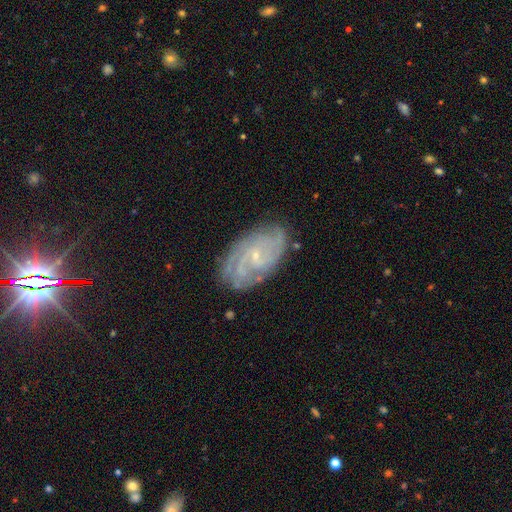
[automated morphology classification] The model was most divided on "spiral arm count": can't tell: 33%, 2: 18%, 3: 18%, 4: 17%, more than 4: 8%, 1: 7%. More confident: edge-on disk — no (96%); spiral arms — yes (95%); smooth or featured — featured or disk (80%); bulge size — small (80%); merging — none (78%); spiral winding — tight (60%); bar — no (59%).